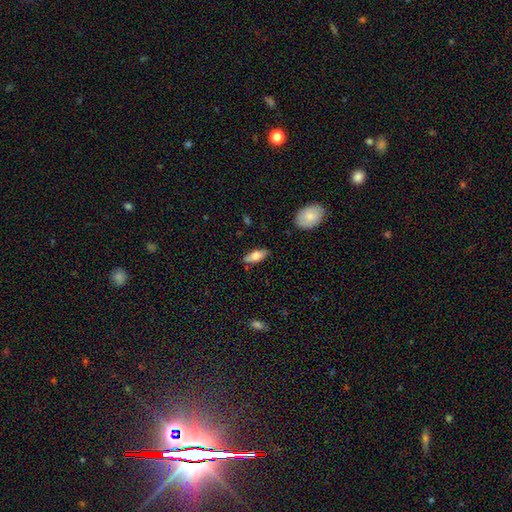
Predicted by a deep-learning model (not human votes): The model was most divided on "smooth or featured": smooth: 69%, featured or disk: 25%, star or artifact: 6%. More confident: merging — none (82%); how rounded — in between (71%).